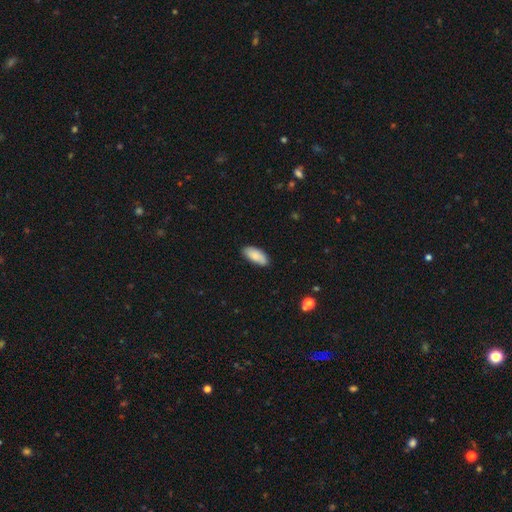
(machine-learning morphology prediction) This appears to be a smooth galaxy with no disk features (84%) that is in between round and cigar-shaped (87%). Merging: none (85%).